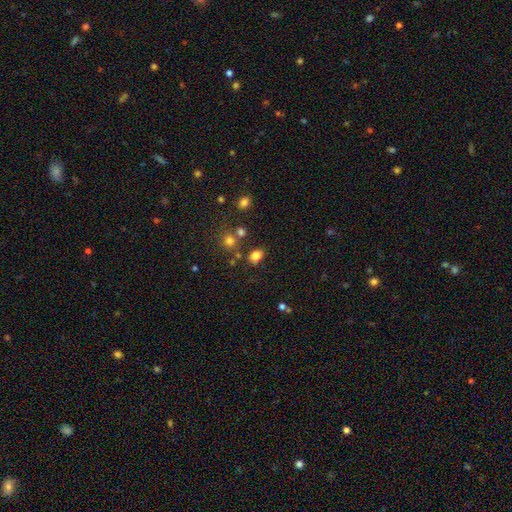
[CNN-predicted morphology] Smooth or featured? Predicted: smooth (p=0.79). How rounded? Predicted: in between (p=0.70). Merging? Predicted: none (p=0.73).